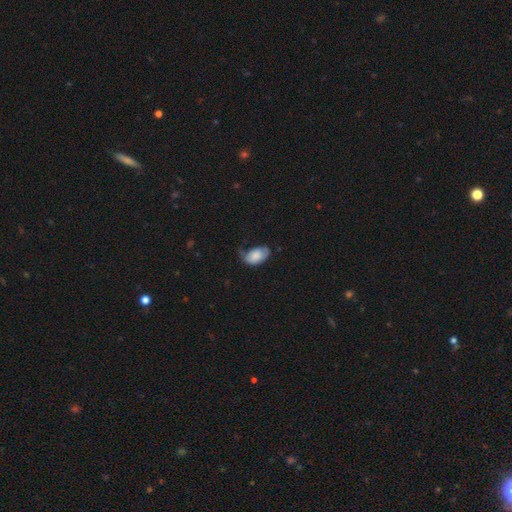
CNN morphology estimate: Smooth or featured?
  - smooth: 76% *
  - featured or disk: 18%
  - star or artifact: 6%
How rounded?
  - in between: 93% *
  - round: 5%
  - cigar-shaped: 1%
Merging?
  - minor disturbance: 40% *
  - none: 35%
  - major disturbance: 22%
  - merger: 3%